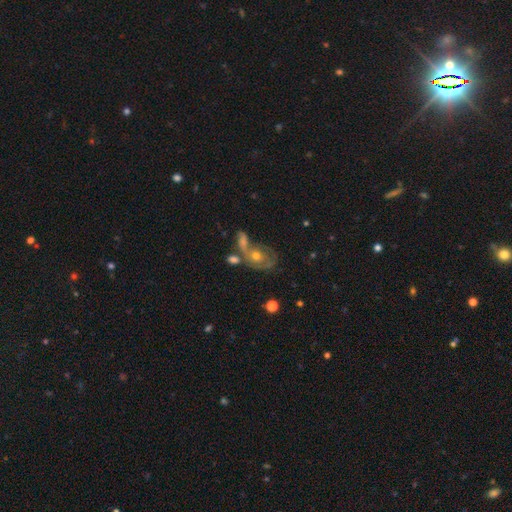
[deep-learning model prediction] A featured or disk galaxy (62%) with no bar (82%), spiral arms (61%) and a moderate central bulge (63%).

Vote fractions:
- Smooth or featured? featured or disk: 62% / smooth: 26% / star or artifact: 13%
- Edge-on disk? no: 93% / yes: 7%
- Bar? no: 82% / weak: 14% / strong: 4%
- Spiral arms? yes: 61% / no: 39%
- Bulge size? moderate: 63% / small: 29% / large: 4% / none: 2% / dominant: 2%
- Merging? merger: 41% / none: 33% / minor disturbance: 14% / major disturbance: 12%